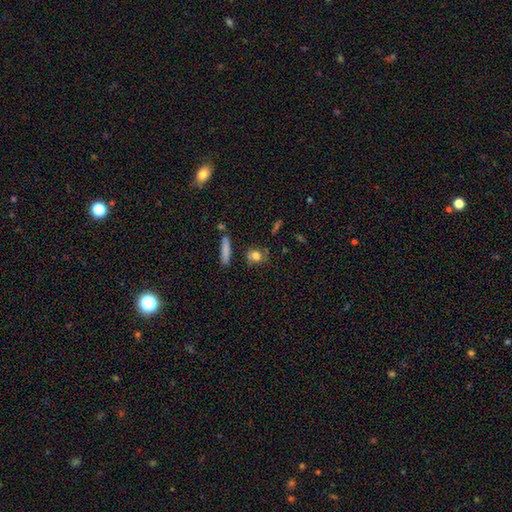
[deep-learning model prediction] smooth_or_featured: smooth (p=0.77) [alt: featured or disk p=0.11]
how_rounded: round (p=0.63) [alt: in between p=0.28]
merging: none (p=0.73) [alt: minor disturbance p=0.15]